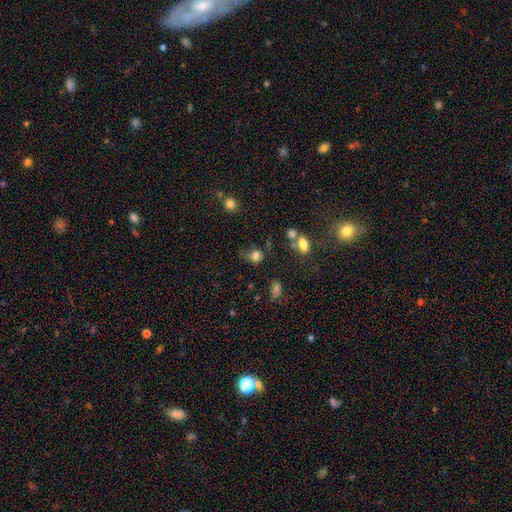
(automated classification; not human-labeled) A smooth galaxy with no disk features (72%) that is in between round and cigar-shaped (50%). Merging: none (39%).